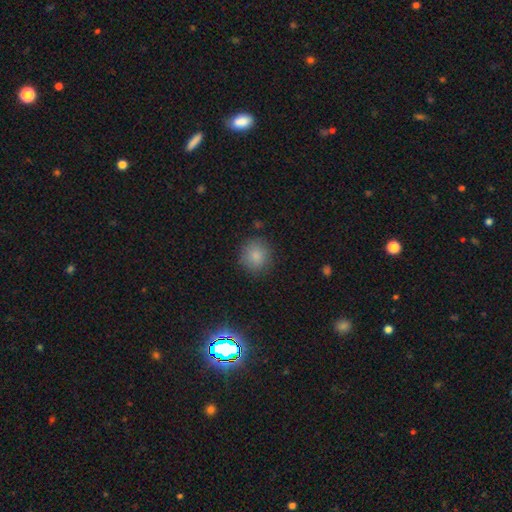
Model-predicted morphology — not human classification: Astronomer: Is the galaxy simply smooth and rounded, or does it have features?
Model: smooth — 85%.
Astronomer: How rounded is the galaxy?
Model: round — 90%.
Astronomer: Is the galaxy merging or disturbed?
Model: none — 85%.